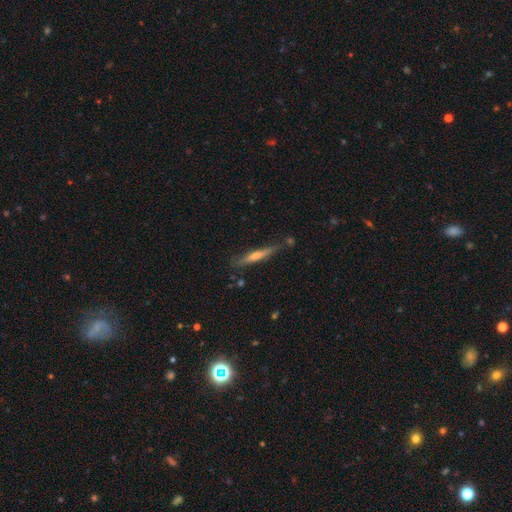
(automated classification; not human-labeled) This is likely a featured or disk galaxy (63%). It is clearly viewed edge-on (95%). Edge-on bulge: likely rounded (68%). Merging: likely none (80%).